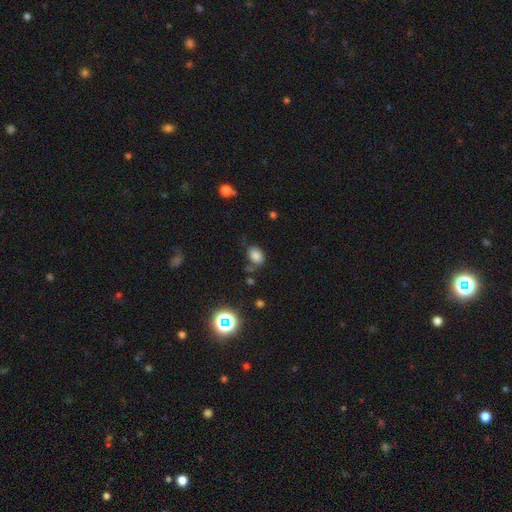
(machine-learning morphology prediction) Smooth or featured?
  - smooth: 79% *
  - star or artifact: 14%
  - featured or disk: 7%
How rounded?
  - in between: 78% *
  - round: 21%
  - cigar-shaped: 1%
Merging?
  - none: 64% *
  - minor disturbance: 23%
  - major disturbance: 8%
  - merger: 5%